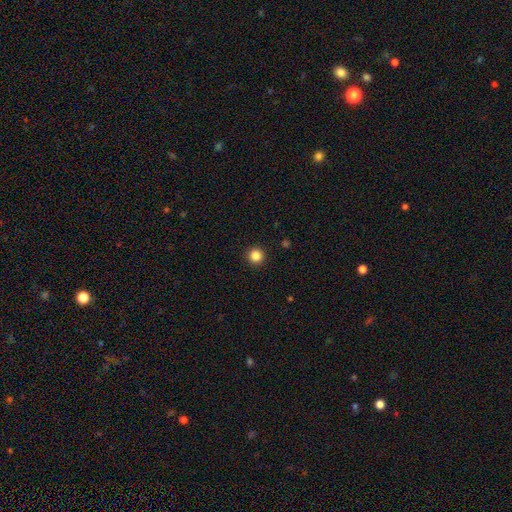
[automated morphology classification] Smooth or featured: smooth — 85% (star or artifact — 11%)
How rounded: round — 96% (in between — 3%)
Merging: none — 93% (minor disturbance — 4%)